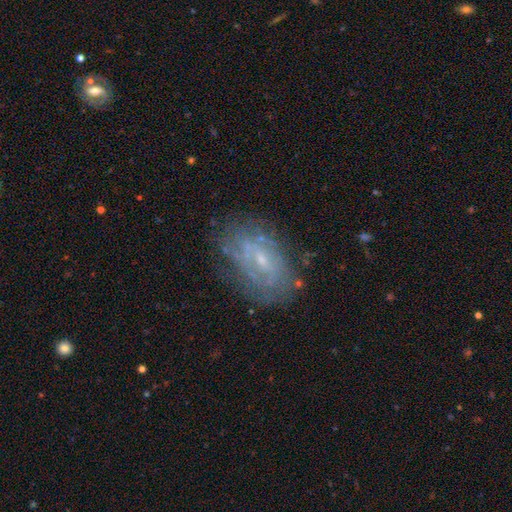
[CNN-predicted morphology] The model was most divided on "bar": weak: 45%, no: 42%, strong: 13%. More confident: edge-on disk — no (93%); merging — none (73%); bulge size — small (68%); spiral arms — yes (67%); smooth or featured — featured or disk (61%).